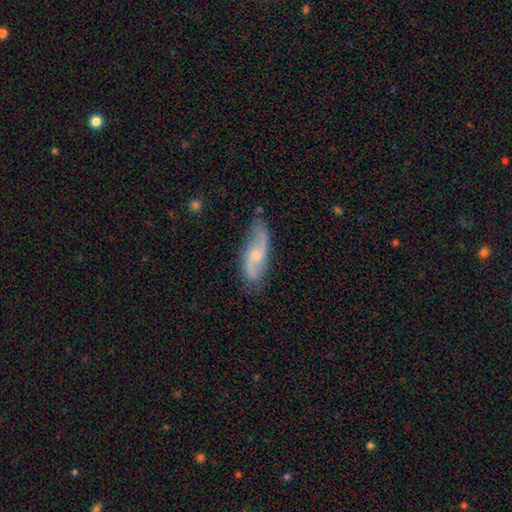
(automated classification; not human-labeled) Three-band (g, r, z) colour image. It shows a featured or disk galaxy (67%) with no bar (59%), 2 (86%) loose (58%) spiral arms (91%) and a small central bulge (56%). Merging: none (70%).